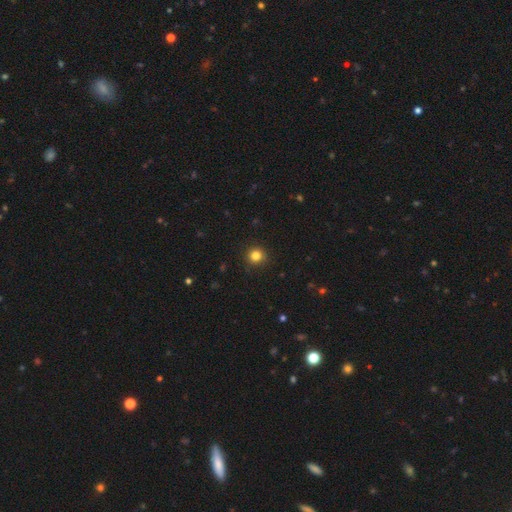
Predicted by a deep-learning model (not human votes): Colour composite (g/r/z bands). It shows a smooth galaxy with no disk features (83%) that is round (94%). Merging: none (91%).